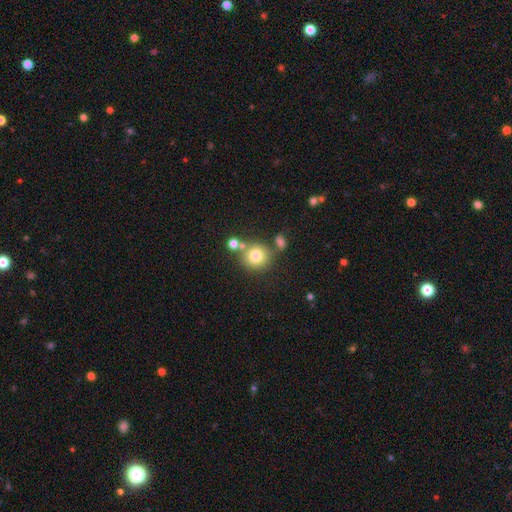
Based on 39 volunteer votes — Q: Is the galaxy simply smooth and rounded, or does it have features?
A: smooth — 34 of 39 (87%).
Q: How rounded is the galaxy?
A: round — 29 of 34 (85%).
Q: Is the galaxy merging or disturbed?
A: none — 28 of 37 (76%).